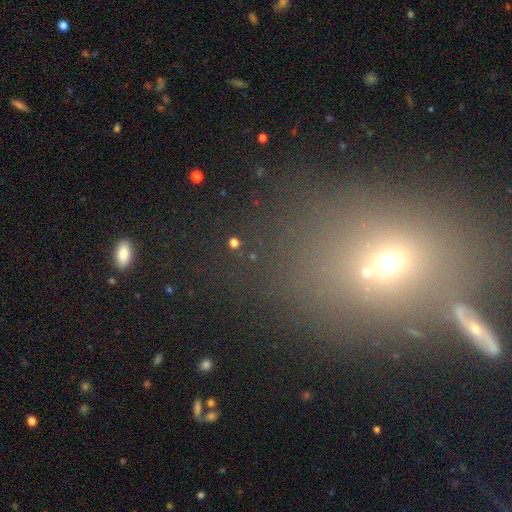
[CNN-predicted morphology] Smooth or featured: star or artifact — 48% (smooth — 39%)